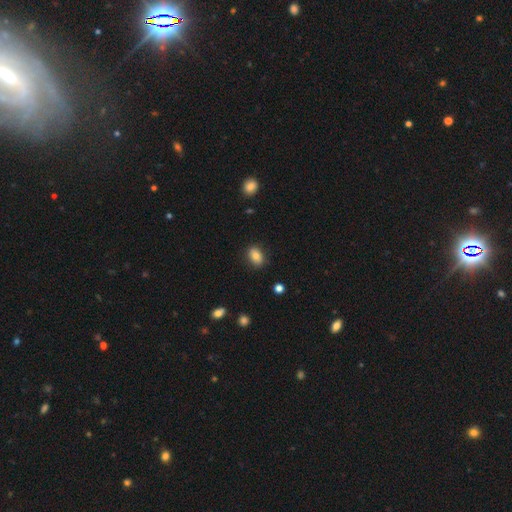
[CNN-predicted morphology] smooth 81%, featured or disk 10%, star or artifact 9%. Down the decision tree: how rounded — in between (81%); merging — none (84%).